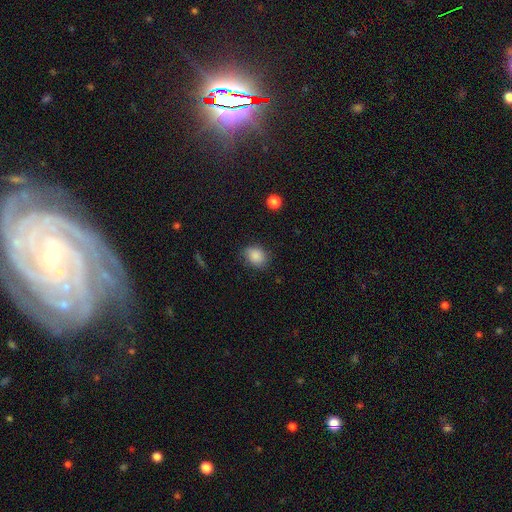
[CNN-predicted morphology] Smooth or featured?
  - smooth: 86% *
  - star or artifact: 9%
  - featured or disk: 5%
How rounded?
  - in between: 51% *
  - round: 48%
  - cigar-shaped: 1%
Merging?
  - none: 79% *
  - minor disturbance: 16%
  - major disturbance: 4%
  - merger: 1%